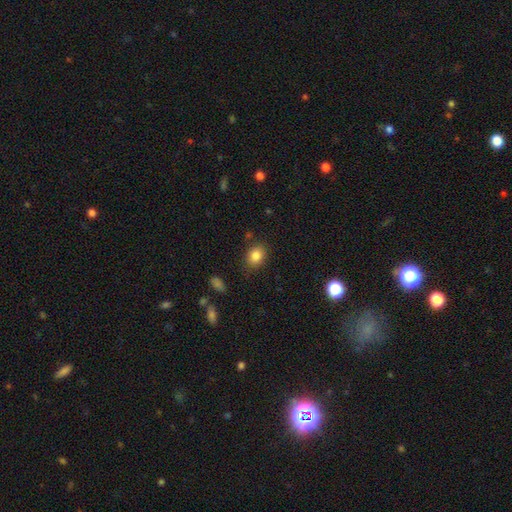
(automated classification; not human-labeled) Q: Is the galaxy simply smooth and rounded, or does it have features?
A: smooth — 84%.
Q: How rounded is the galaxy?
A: in between — 55%.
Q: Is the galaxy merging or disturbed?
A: none — 83%.